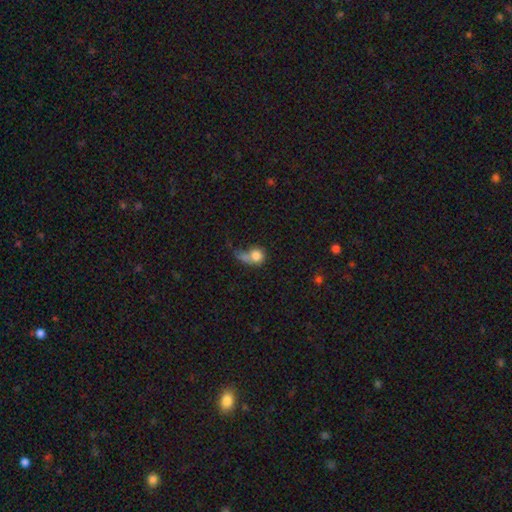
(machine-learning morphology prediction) This is likely a smooth galaxy (76%). How rounded: likely round (73%). Merging: marginally merger (33%).